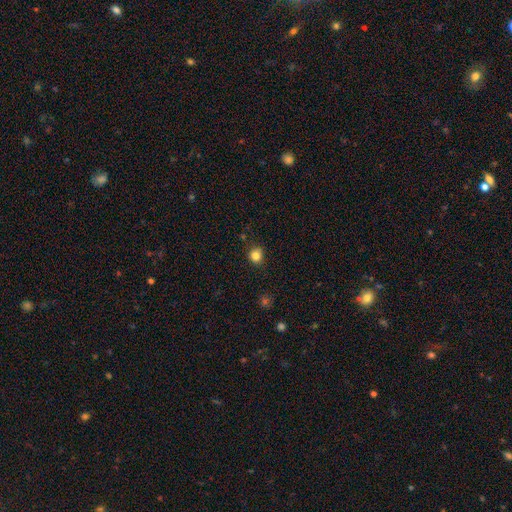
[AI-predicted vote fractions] This appears to be a smooth galaxy with no disk features (83%) that is round (85%). Merging: none (84%).